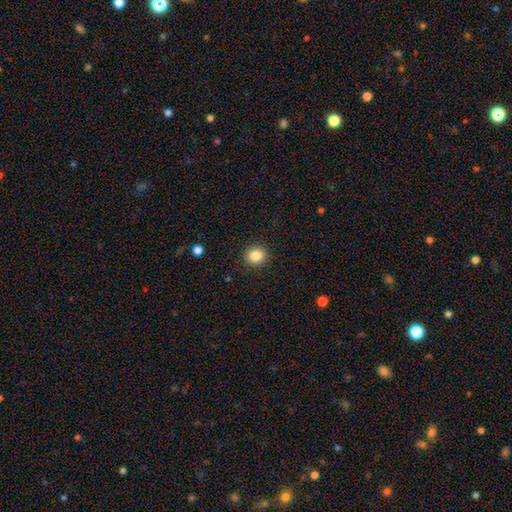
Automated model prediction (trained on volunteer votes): smooth 86%, star or artifact 10%, featured or disk 4%. Down the decision tree: how rounded — round (78%); merging — none (90%).